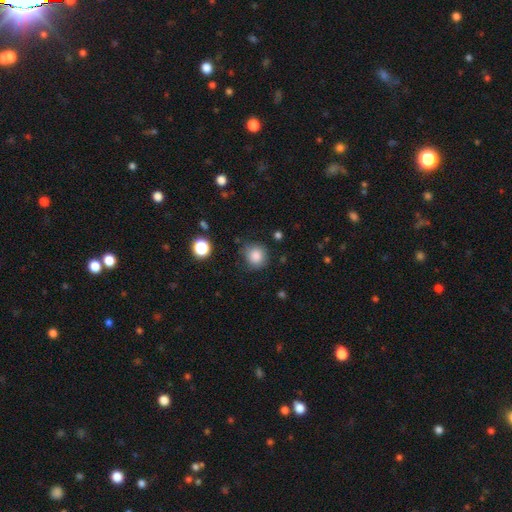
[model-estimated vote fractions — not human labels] Smooth or featured? Predicted: smooth (p=0.85). How rounded? Predicted: round (p=0.87). Merging? Predicted: none (p=0.77).